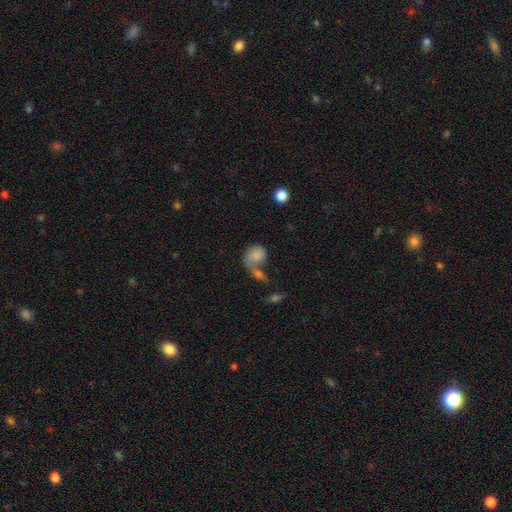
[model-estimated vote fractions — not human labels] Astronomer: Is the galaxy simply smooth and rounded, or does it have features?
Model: smooth — 73%.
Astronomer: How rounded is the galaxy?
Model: round — 56% (runner-up: in between, 43%).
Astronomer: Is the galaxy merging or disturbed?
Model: merger — 45% (runner-up: none, 25%).